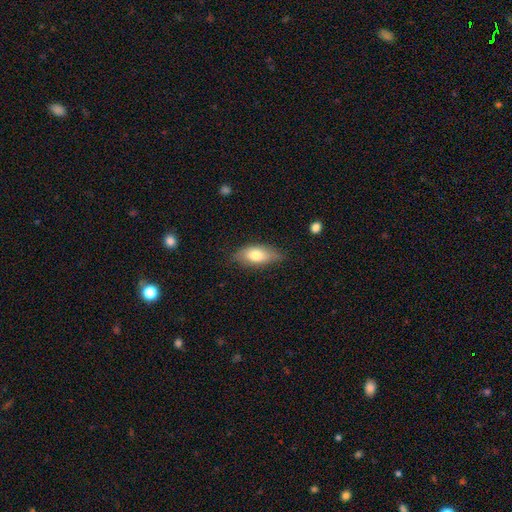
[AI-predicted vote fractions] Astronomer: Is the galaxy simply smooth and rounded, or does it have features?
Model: smooth — 73%.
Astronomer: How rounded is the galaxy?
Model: in between — 85%.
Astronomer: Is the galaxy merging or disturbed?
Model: none — 71%.